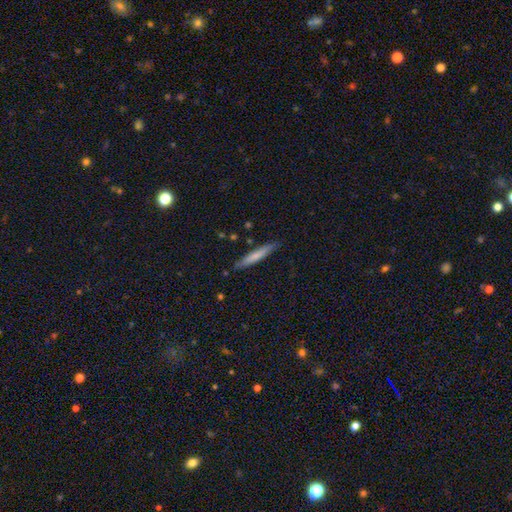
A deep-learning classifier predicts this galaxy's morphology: smooth 68%, featured or disk 26%, star or artifact 6%. Down the decision tree: how rounded — cigar-shaped (94%); merging — none (86%).